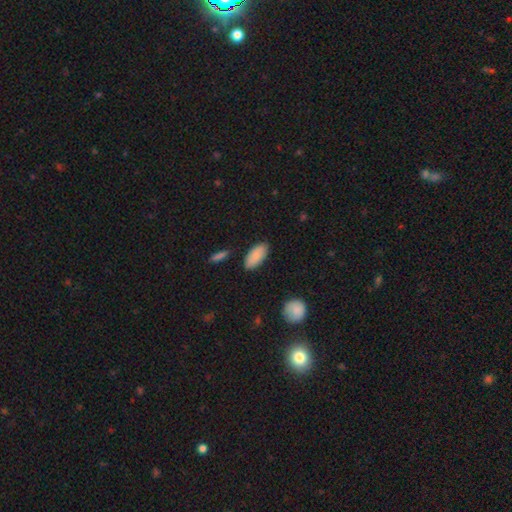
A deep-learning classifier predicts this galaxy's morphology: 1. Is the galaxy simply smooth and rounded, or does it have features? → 86% smooth, 8% featured or disk, 6% star or artifact.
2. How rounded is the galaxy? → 91% in between, 7% cigar-shaped, 2% round.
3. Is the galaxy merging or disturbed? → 84% none, 11% minor disturbance, 2% major disturbance, 2% merger.